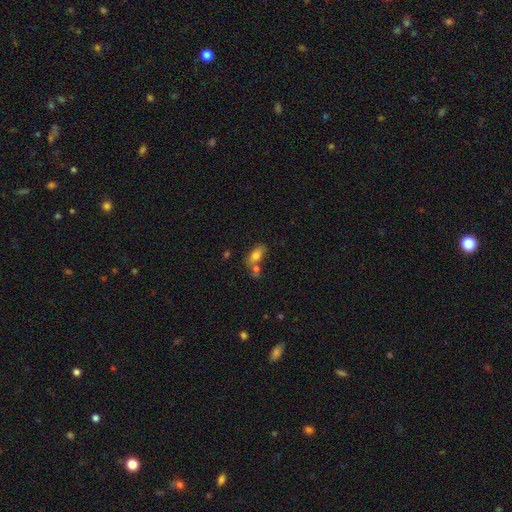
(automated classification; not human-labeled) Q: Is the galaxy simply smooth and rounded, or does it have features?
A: smooth — 76%.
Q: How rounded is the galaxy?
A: in between — 86%.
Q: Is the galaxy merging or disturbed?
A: none — 49%.